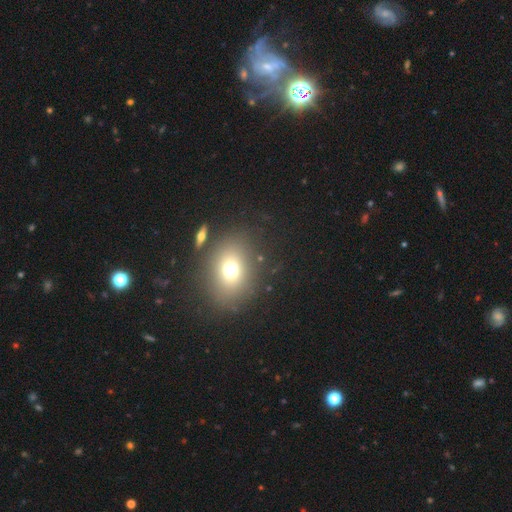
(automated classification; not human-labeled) Morphology: type=smooth (55%); roundness=in between (56%); merging=none (83%).